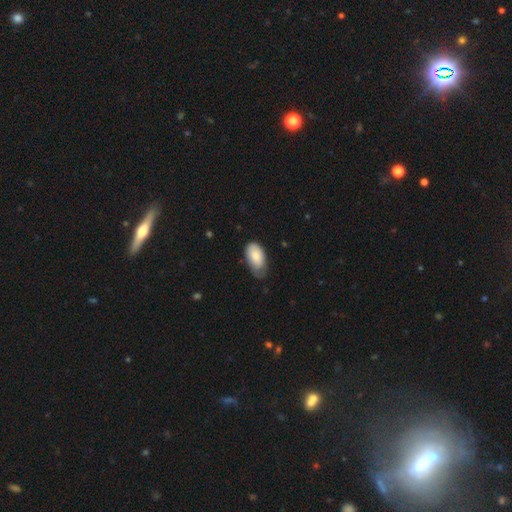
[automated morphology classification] A smooth galaxy with no disk features (81%) that is in between round and cigar-shaped (95%). Merging: none (47%).